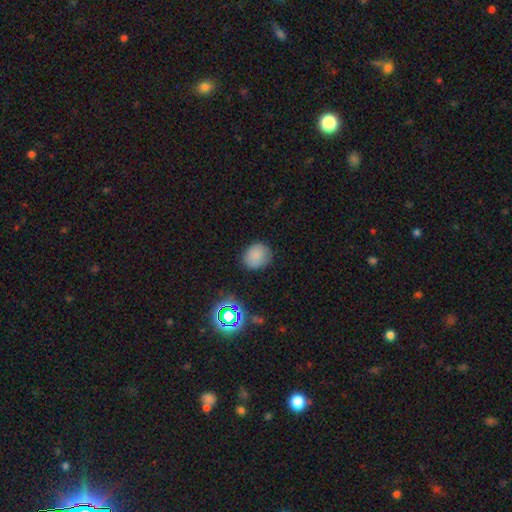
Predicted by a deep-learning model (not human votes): smooth-or-featured: smooth: 78% | star or artifact: 15% | featured or disk: 7%
  how-rounded: round: 72% | in between: 27% | cigar-shaped: 1%
  merging: none: 83% | minor disturbance: 13% | major disturbance: 3% | merger: 1%